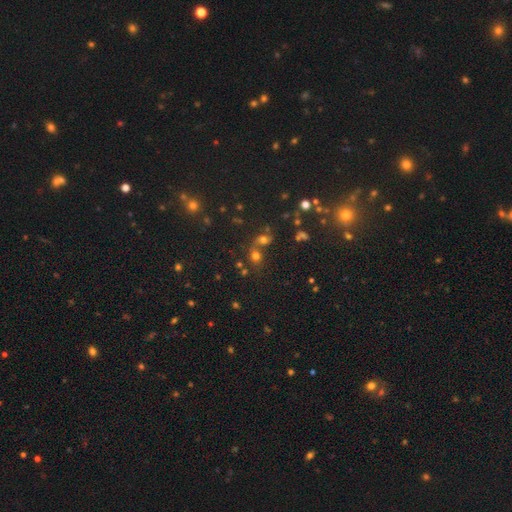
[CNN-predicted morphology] Smooth or featured: smooth — 60% (star or artifact — 29%)
How rounded: round — 70% (in between — 28%)
Merging: merger — 45% (none — 42%)